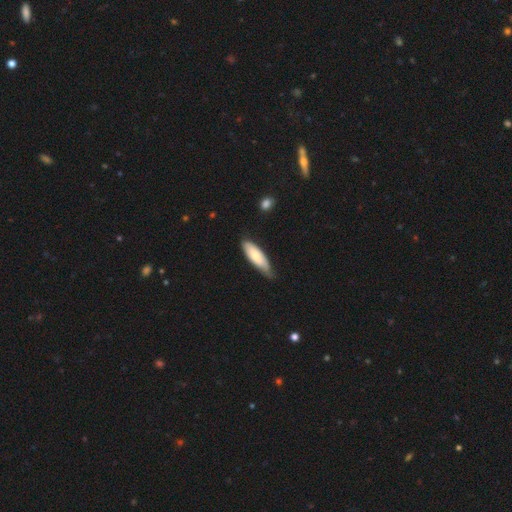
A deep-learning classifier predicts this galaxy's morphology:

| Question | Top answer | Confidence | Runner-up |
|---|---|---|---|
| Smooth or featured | smooth | 70% | featured or disk (24%) |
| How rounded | in between | 50% | cigar-shaped (48%) |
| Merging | none | 60% | minor disturbance (33%) |